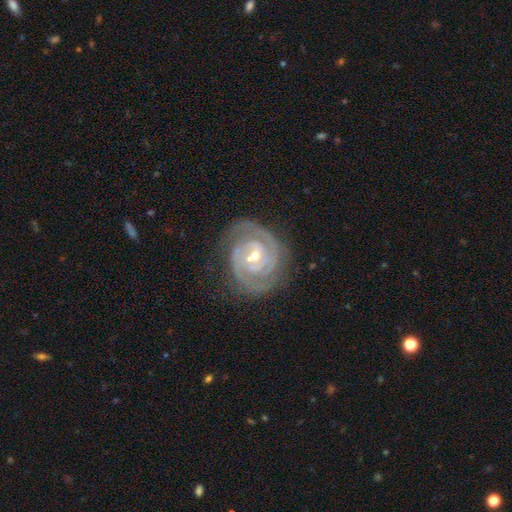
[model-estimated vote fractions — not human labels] This appears to be a featured or disk galaxy (91%) with a weak bar (48%), 2 (62%) tight (76%) spiral arms (98%) and a small central bulge (54%). Merging: none (76%).